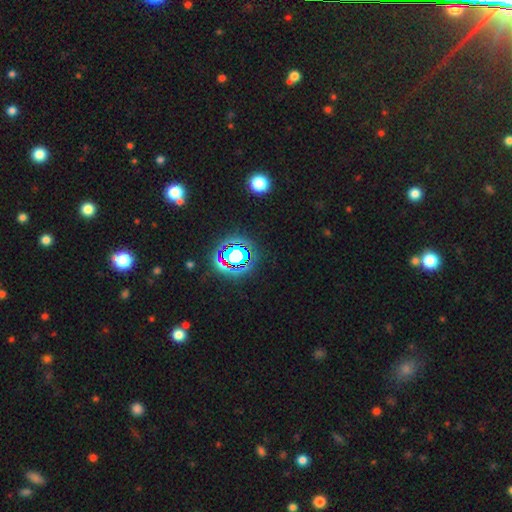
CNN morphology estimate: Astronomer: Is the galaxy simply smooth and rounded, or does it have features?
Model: star or artifact — 79%.